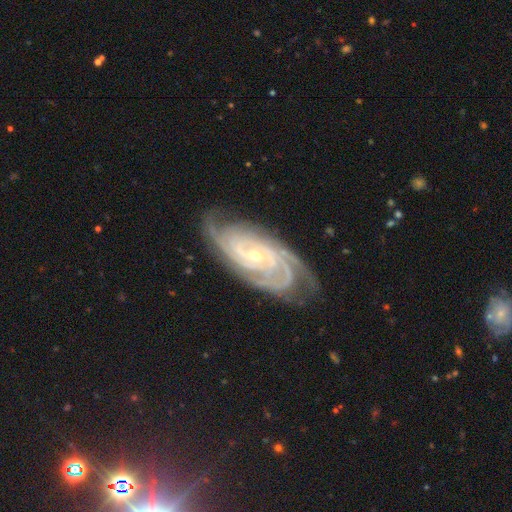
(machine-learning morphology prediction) Smooth or featured? Predicted: featured or disk (p=0.92). Edge-on disk? Predicted: no (p=0.96). Bar? Predicted: no (p=0.52). Spiral arms? Predicted: yes (p=0.98). Spiral winding? Predicted: tight (p=0.73). Spiral arm count? Predicted: 3 (p=0.30). Bulge size? Predicted: small (p=0.66). Merging? Predicted: none (p=0.76).